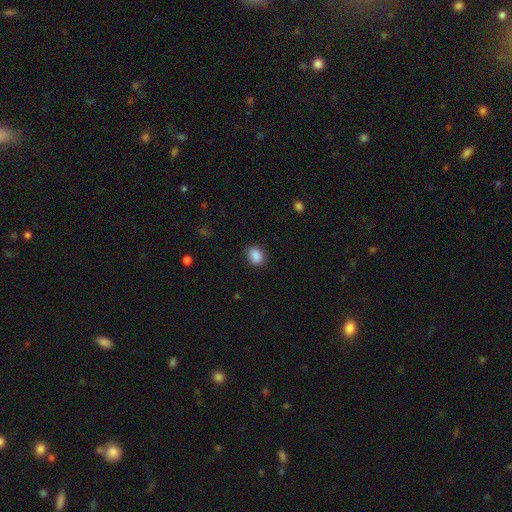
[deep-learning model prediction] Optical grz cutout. It shows a smooth galaxy with no disk features (89%) that is in between round and cigar-shaped (62%). Merging: none (86%).